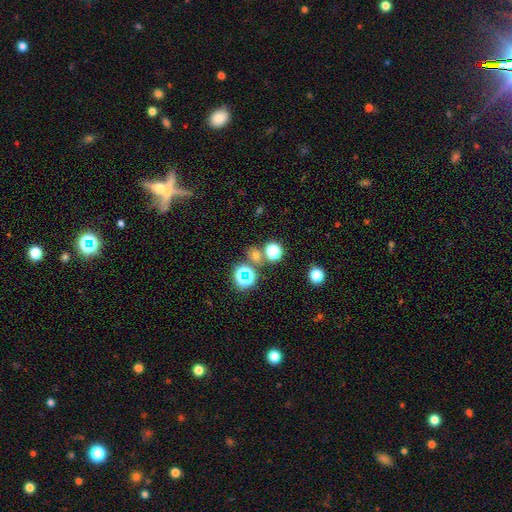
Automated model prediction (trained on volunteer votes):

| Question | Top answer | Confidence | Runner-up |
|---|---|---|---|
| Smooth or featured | smooth | 54% | star or artifact (37%) |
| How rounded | round | 78% | in between (21%) |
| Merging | none | 69% | merger (19%) |